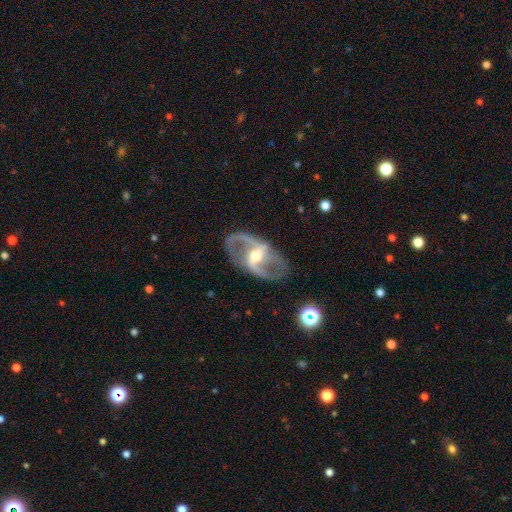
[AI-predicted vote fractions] featured or disk 89%, smooth 5%, star or artifact 5%. Down the decision tree: edge-on disk — no (95%); bar — strong (46%); spiral arms — yes (92%); spiral arm count — 2 (90%); spiral winding — medium (48%); bulge size — moderate (66%); merging — none (80%).